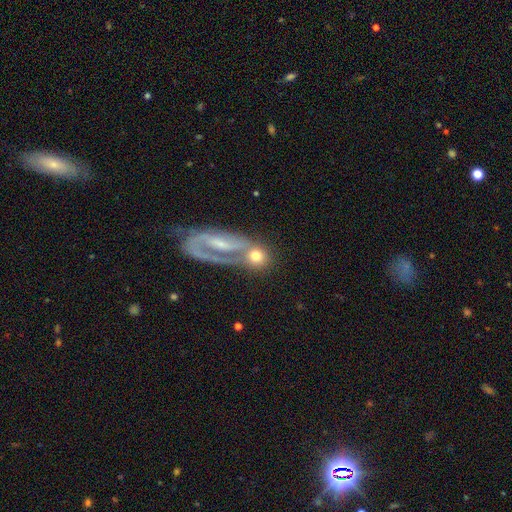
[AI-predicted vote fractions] The model was most divided on "merging": none: 50%, merger: 31%, minor disturbance: 11%, major disturbance: 7%. More confident: how rounded — round (79%); smooth or featured — smooth (63%).